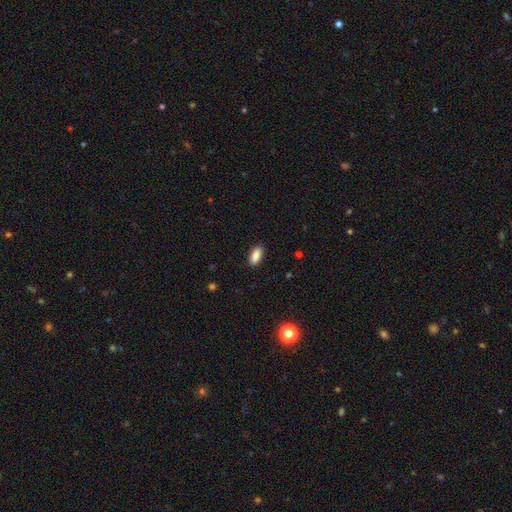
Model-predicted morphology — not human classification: Smooth or featured: smooth — 88% (star or artifact — 7%)
How rounded: in between — 85% (cigar-shaped — 13%)
Merging: none — 88% (minor disturbance — 9%)